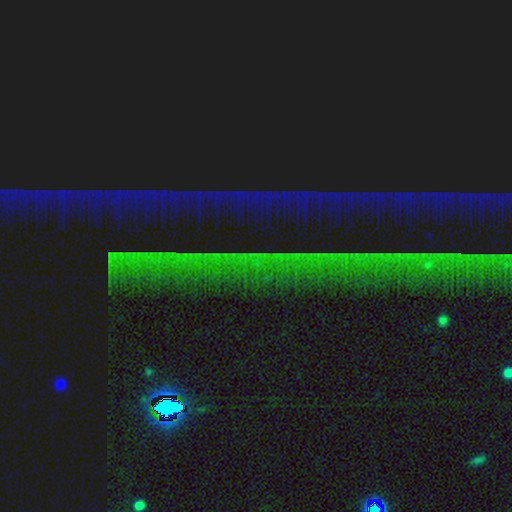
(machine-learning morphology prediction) This appears to be a star or artifact, not a galaxy (86%).